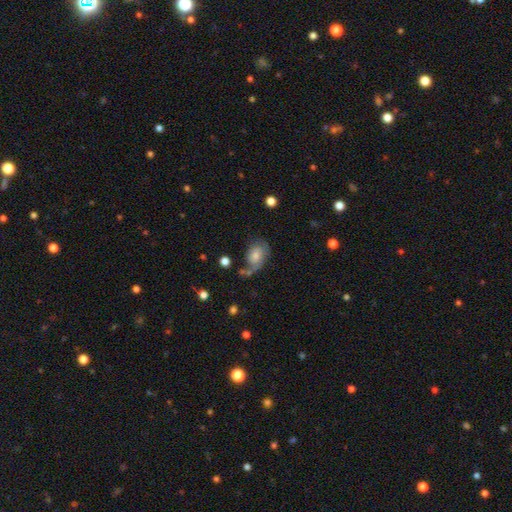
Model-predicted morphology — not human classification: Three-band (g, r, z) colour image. It shows a smooth galaxy with no disk features (55%) that is in between round and cigar-shaped (77%). Merging: none (40%).